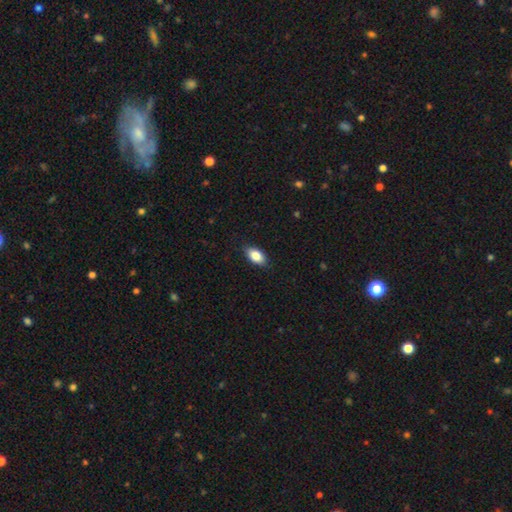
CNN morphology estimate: A smooth galaxy with no disk features (85%) that is in between round and cigar-shaped (91%).

Vote fractions:
- Smooth or featured? smooth: 85% / featured or disk: 8% / star or artifact: 7%
- How rounded? in between: 91% / round: 6% / cigar-shaped: 3%
- Merging? none: 86% / minor disturbance: 11% / major disturbance: 2% / merger: 1%